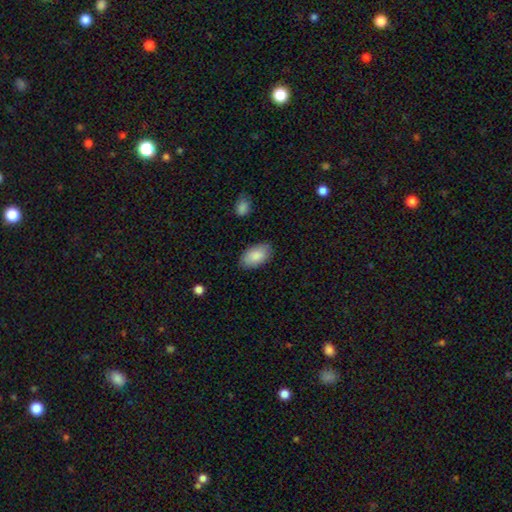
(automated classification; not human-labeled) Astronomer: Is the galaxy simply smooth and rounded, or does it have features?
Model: smooth — 87%.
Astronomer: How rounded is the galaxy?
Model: in between — 94%.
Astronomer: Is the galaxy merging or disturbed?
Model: none — 85%.